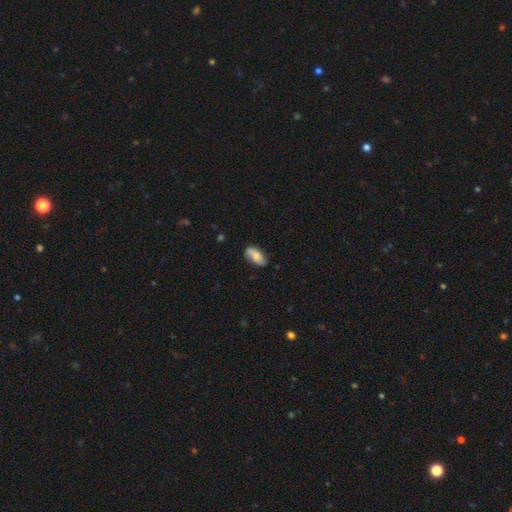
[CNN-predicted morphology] Q: Smooth or featured?
A: smooth (66%); runner-up: featured or disk (27%)
Q: How rounded?
A: in between (90%); runner-up: cigar-shaped (7%)
Q: Merging?
A: none (69%); runner-up: minor disturbance (22%)